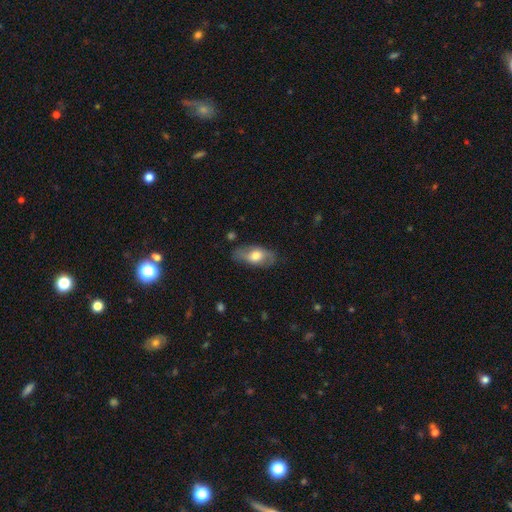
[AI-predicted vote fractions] Smooth or featured?
  - smooth: 57% *
  - featured or disk: 36%
  - star or artifact: 7%
How rounded?
  - in between: 87% *
  - cigar-shaped: 7%
  - round: 6%
Merging?
  - none: 71% *
  - minor disturbance: 21%
  - major disturbance: 6%
  - merger: 2%